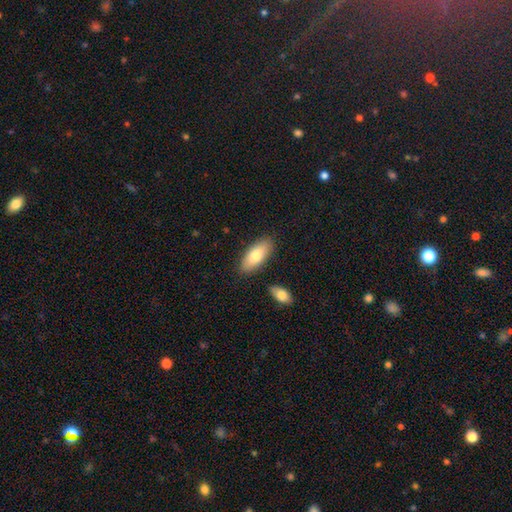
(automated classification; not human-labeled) Q: Smooth or featured?
A: smooth (79%); runner-up: featured or disk (16%)
Q: How rounded?
A: in between (83%); runner-up: cigar-shaped (15%)
Q: Merging?
A: none (84%); runner-up: minor disturbance (10%)